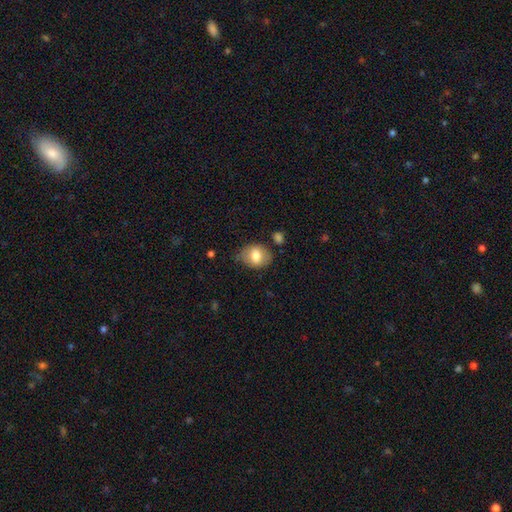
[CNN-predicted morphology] Smooth or featured? Predicted: smooth (p=0.72). How rounded? Predicted: in between (p=0.61). Merging? Predicted: none (p=0.68).